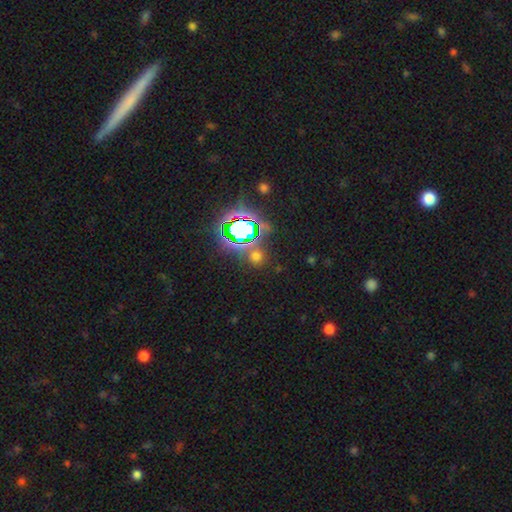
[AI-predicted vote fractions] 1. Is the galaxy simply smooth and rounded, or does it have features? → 49% star or artifact, 44% smooth, 7% featured or disk.